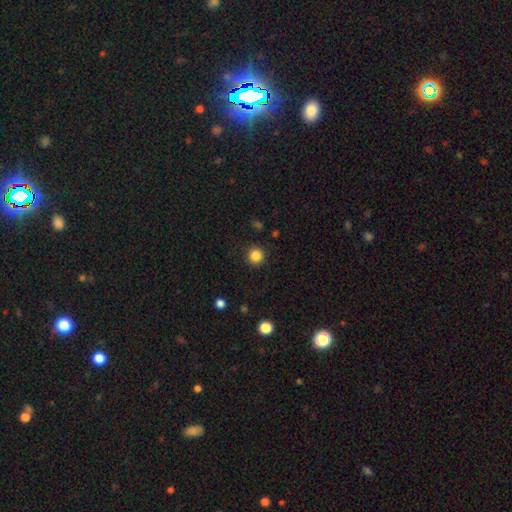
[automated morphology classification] Smooth or featured? smooth (85%)
How rounded? round (95%)
Merging? none (91%)